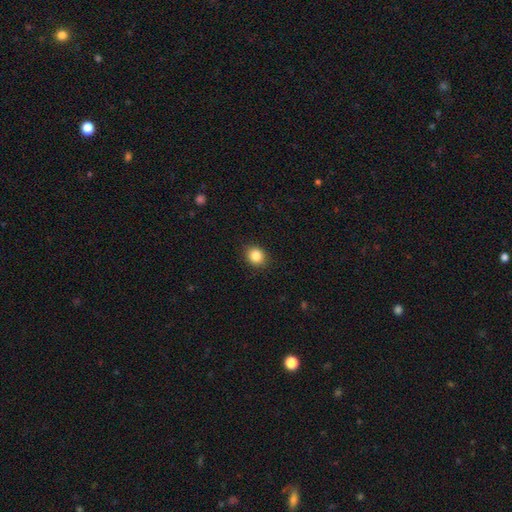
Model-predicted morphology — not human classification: A smooth galaxy with no disk features (85%) that is round (72%). Merging: none (90%).